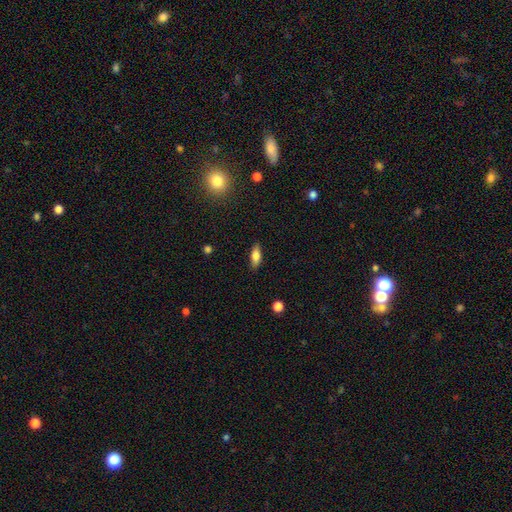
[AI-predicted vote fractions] Smooth or featured: smooth — 77% (featured or disk — 16%)
How rounded: in between — 71% (cigar-shaped — 26%)
Merging: none — 87% (minor disturbance — 10%)